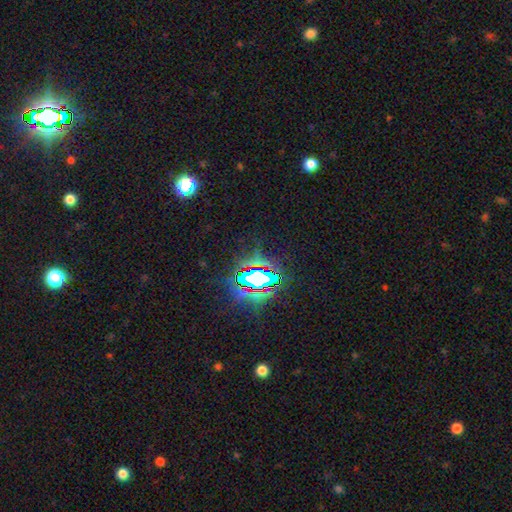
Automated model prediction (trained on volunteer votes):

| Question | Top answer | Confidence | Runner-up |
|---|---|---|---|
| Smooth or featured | star or artifact | 75% | smooth (14%) |